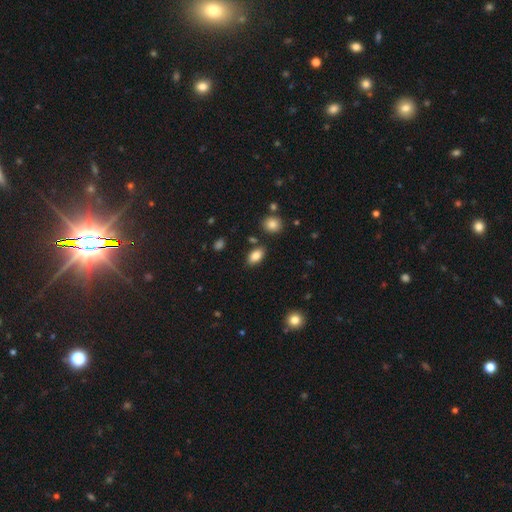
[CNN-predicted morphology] Overall: smooth (85%). How rounded: in between (90%). Merging: none (83%).